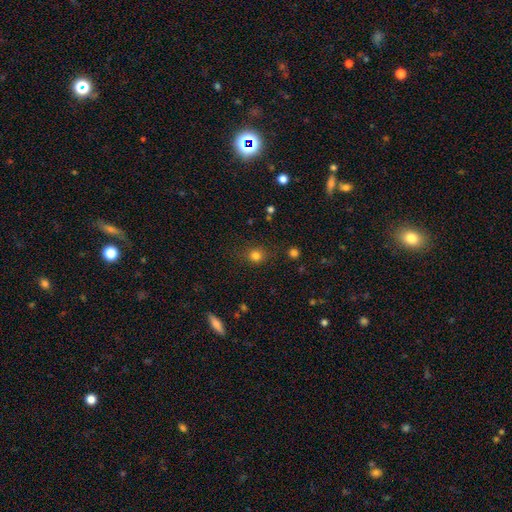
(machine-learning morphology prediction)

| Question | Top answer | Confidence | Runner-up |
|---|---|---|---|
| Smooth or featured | smooth | 80% | star or artifact (14%) |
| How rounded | round | 81% | in between (18%) |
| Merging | none | 82% | minor disturbance (12%) |